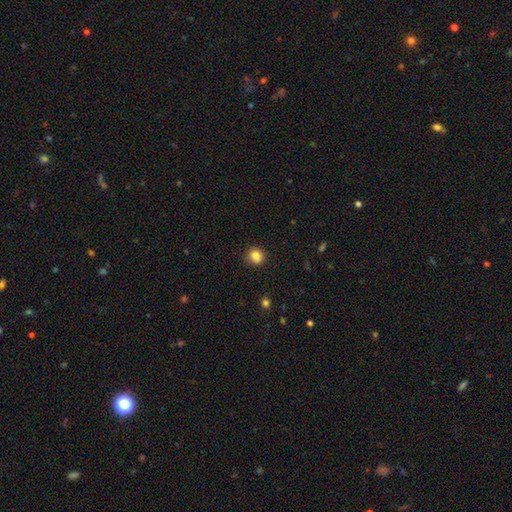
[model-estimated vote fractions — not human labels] Smooth or featured?
  - smooth: 84% *
  - star or artifact: 11%
  - featured or disk: 6%
How rounded?
  - round: 75% *
  - in between: 24%
  - cigar-shaped: 1%
Merging?
  - none: 81% *
  - minor disturbance: 14%
  - major disturbance: 3%
  - merger: 2%